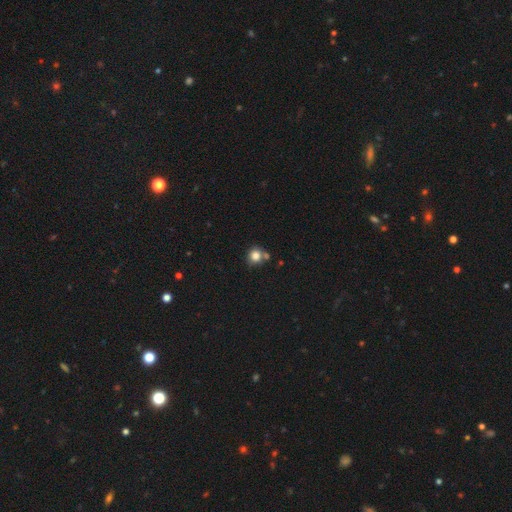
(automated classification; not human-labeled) smooth 82%, star or artifact 11%, featured or disk 7%. Down the decision tree: how rounded — round (85%); merging — none (63%).